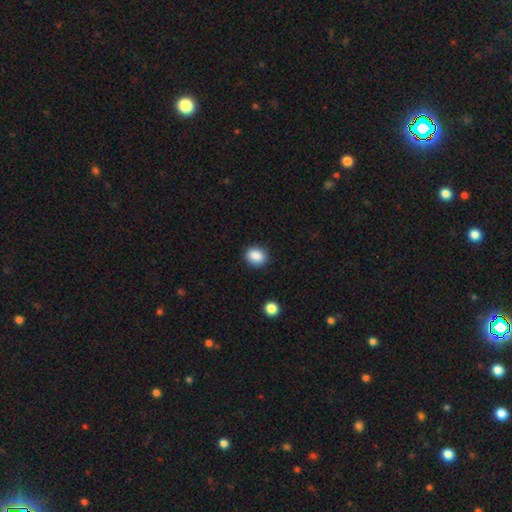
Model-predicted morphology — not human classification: A smooth galaxy with no disk features (87%) that is round (56%). Merging: none (89%).